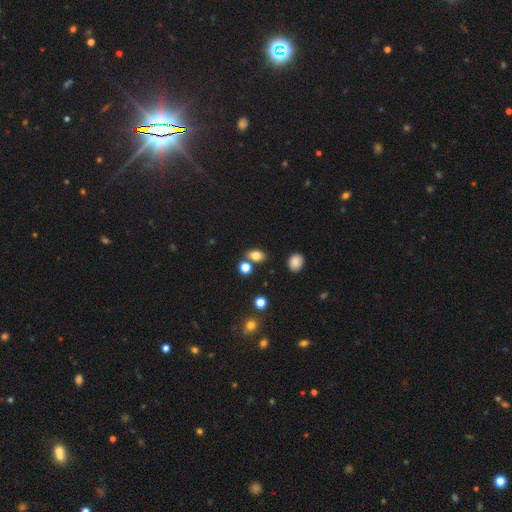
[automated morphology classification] Smooth or featured?
  - smooth: 79% *
  - star or artifact: 13%
  - featured or disk: 9%
How rounded?
  - in between: 75% *
  - round: 23%
  - cigar-shaped: 2%
Merging?
  - none: 70% *
  - merger: 16%
  - minor disturbance: 11%
  - major disturbance: 3%